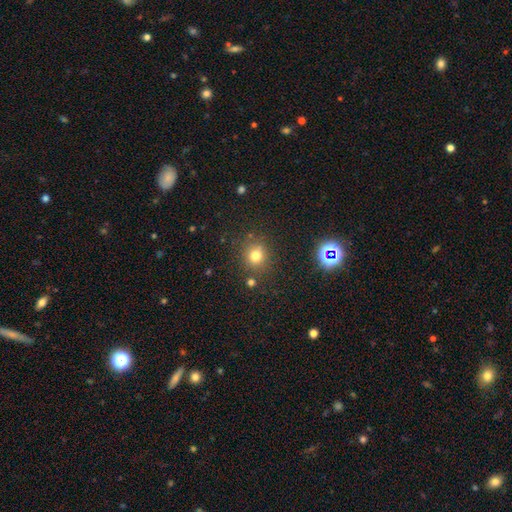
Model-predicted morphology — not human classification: A smooth galaxy with no disk features (74%) that is round (85%). Merging: none (81%).